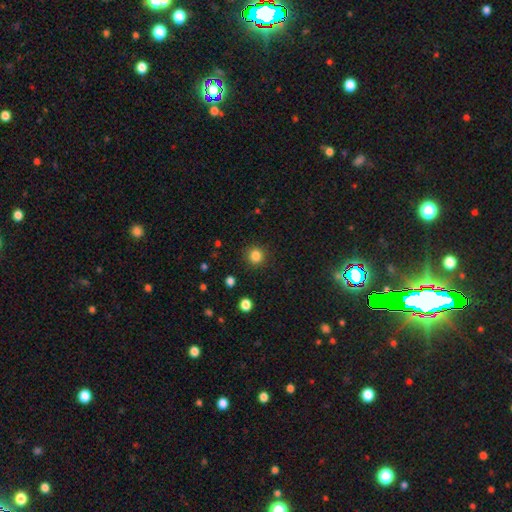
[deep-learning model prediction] Smooth or featured? smooth (84%)
How rounded? round (93%)
Merging? none (90%)